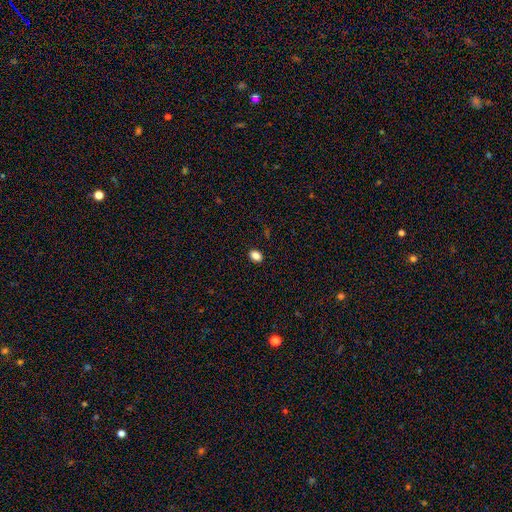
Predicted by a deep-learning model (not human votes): Morphology: type=smooth (85%); roundness=in between (70%); merging=none (90%).